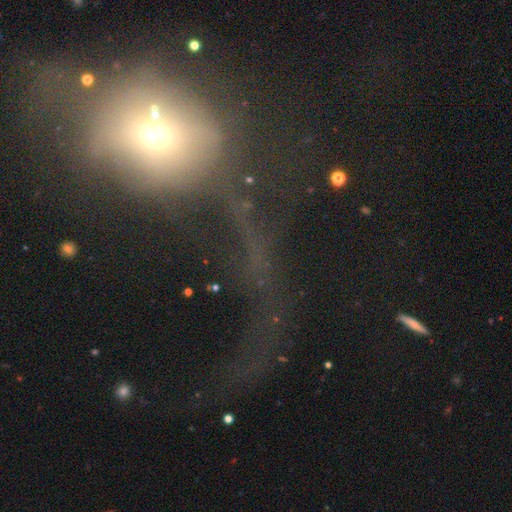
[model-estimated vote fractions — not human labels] A smooth galaxy with no disk features (40%). Merging: major disturbance (58%).